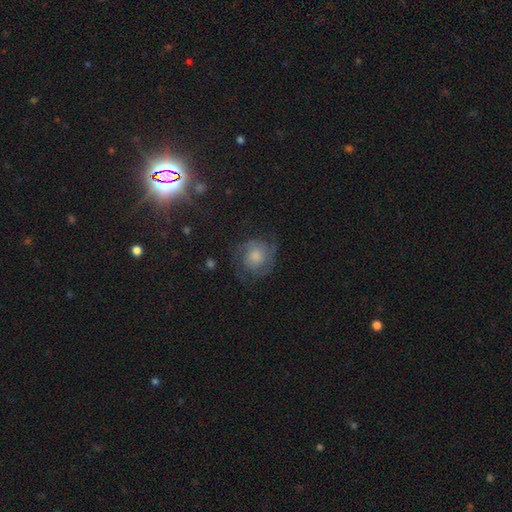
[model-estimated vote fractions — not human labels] Overall: featured or disk (58%; smooth 32%). Edge-on disk: no (98%). Bar: no (77%). Spiral arms: yes (90%). Spiral arm count: 2 (53%; can't tell 22%). Spiral winding: tight (42%; medium 41%). Bulge size: moderate (40%; small 23%). Merging: none (64%).